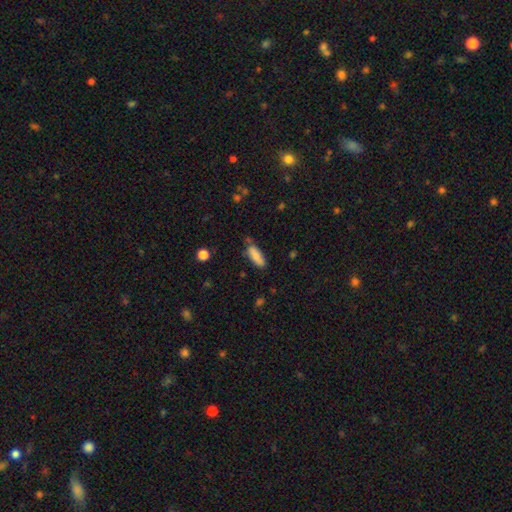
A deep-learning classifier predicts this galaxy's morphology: The model was most divided on "how rounded": in between: 65%, cigar-shaped: 34%, round: 2%. More confident: smooth or featured — smooth (84%); merging — none (70%).